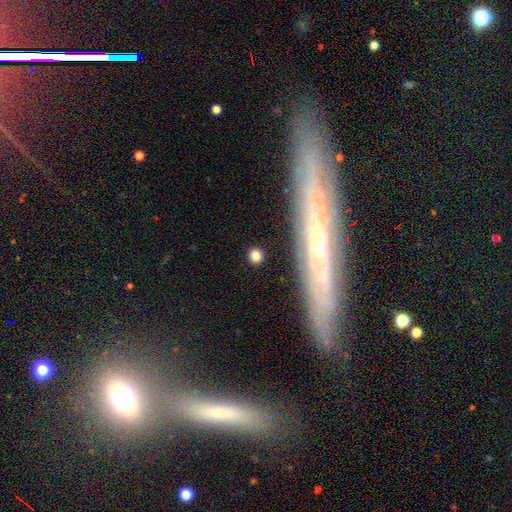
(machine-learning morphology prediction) A smooth galaxy with no disk features (79%) that is round (81%).

Vote fractions:
- Smooth or featured? smooth: 79% / featured or disk: 11% / star or artifact: 10%
- How rounded? round: 81% / in between: 15% / cigar-shaped: 5%
- Merging? none: 87% / minor disturbance: 7% / merger: 3% / major disturbance: 3%